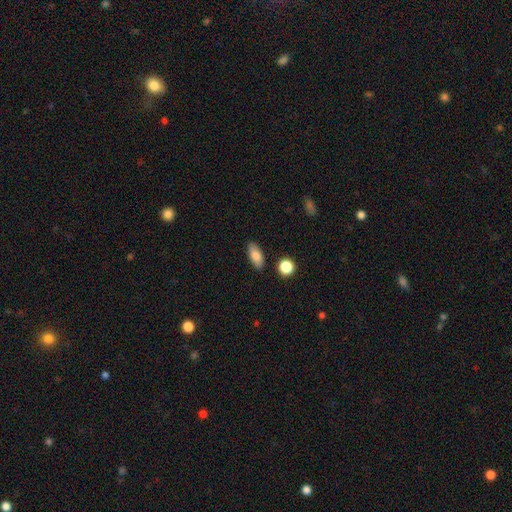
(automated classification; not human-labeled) A smooth galaxy with no disk features (82%) that is in between round and cigar-shaped (86%).

Vote fractions:
- Smooth or featured? smooth: 82% / featured or disk: 10% / star or artifact: 8%
- How rounded? in between: 86% / cigar-shaped: 9% / round: 4%
- Merging? none: 86% / minor disturbance: 9% / merger: 2% / major disturbance: 2%